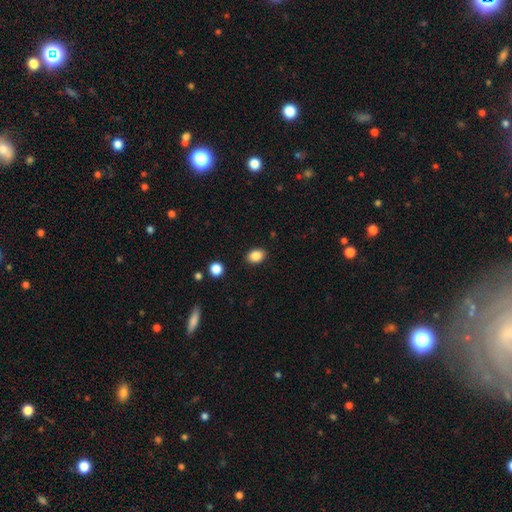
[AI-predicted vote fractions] smooth-or-featured: smooth: 87% | star or artifact: 9% | featured or disk: 4%
  how-rounded: in between: 70% | round: 29% | cigar-shaped: 1%
  merging: none: 88% | minor disturbance: 8% | major disturbance: 2% | merger: 2%